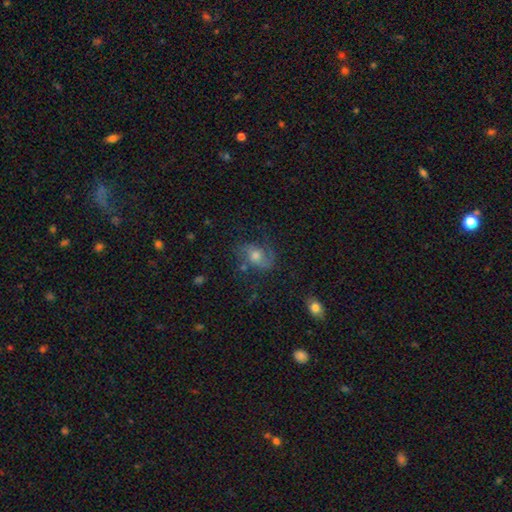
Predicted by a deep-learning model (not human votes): smooth-or-featured: featured or disk: 57% | smooth: 30% | star or artifact: 13%
  disk-edge-on: no: 96% | yes: 4%
    bar: no: 63% | weak: 31% | strong: 7%
    has-spiral-arms: yes: 85% | no: 15%
    bulge-size: moderate: 61% | large: 18% | small: 17% | none: 3% | dominant: 2%
  merging: none: 62% | minor disturbance: 20% | major disturbance: 15% | merger: 3%